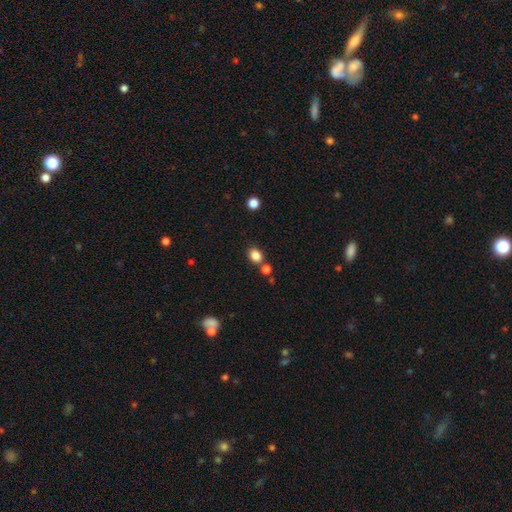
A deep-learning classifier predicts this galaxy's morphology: Smooth or featured? Predicted: smooth (p=0.84). How rounded? Predicted: round (p=0.51). Merging? Predicted: none (p=0.72).